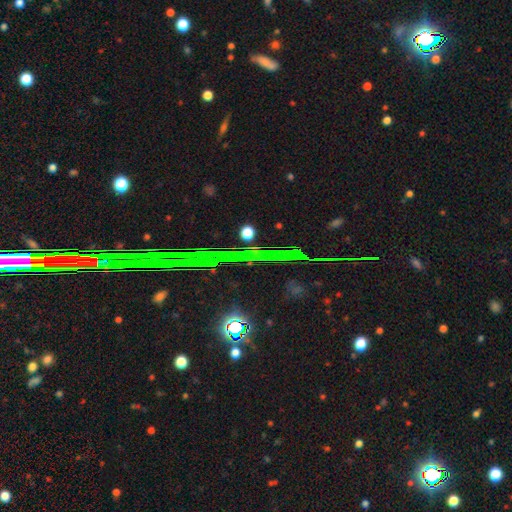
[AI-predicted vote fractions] This is clearly a star or artifact rather than a galaxy (81%).